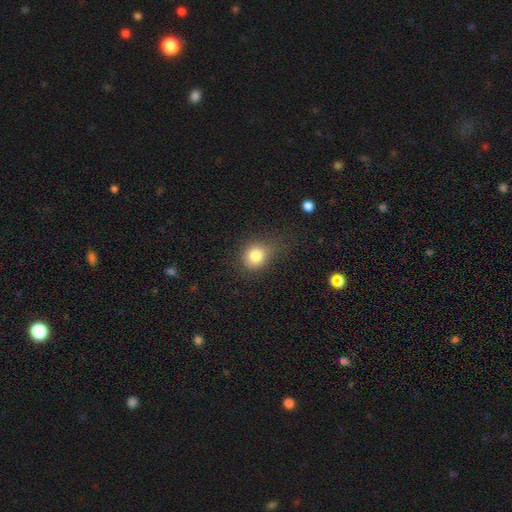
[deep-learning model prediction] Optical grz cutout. It shows a smooth galaxy with no disk features (81%) that is round (72%). Merging: none (66%).